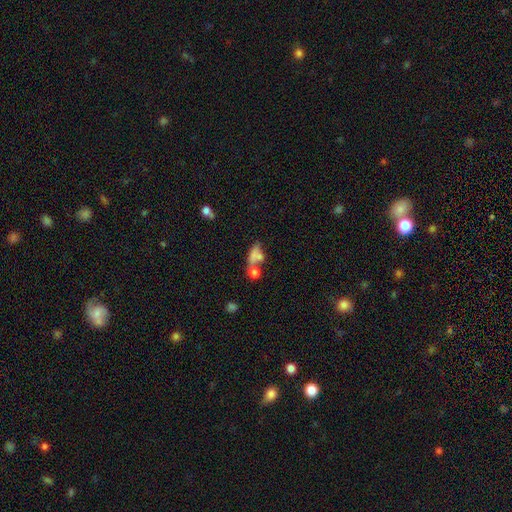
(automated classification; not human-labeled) Smooth or featured: smooth — 67% (featured or disk — 20%)
How rounded: in between — 65% (round — 24%)
Merging: merger — 44% (none — 30%)